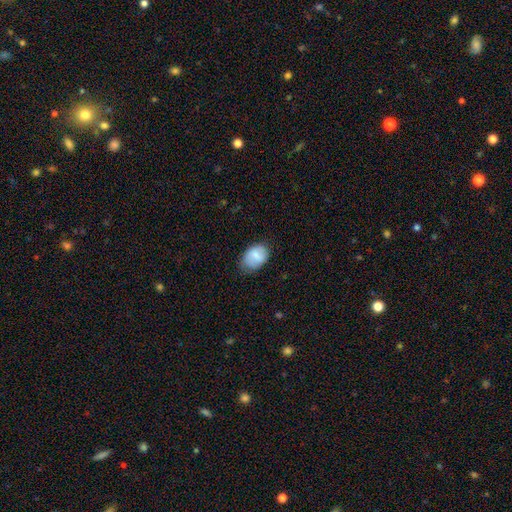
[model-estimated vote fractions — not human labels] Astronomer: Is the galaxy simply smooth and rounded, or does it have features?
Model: smooth — 74%.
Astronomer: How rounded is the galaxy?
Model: in between — 82%.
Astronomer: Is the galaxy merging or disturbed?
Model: none — 59%.